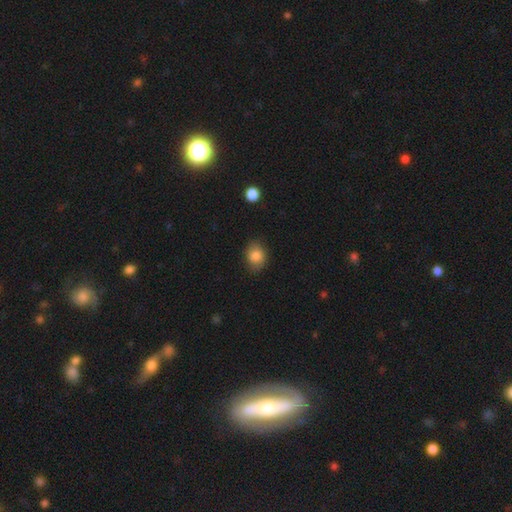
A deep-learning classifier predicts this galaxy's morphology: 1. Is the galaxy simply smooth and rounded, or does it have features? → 83% smooth, 9% star or artifact, 8% featured or disk.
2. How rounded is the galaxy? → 50% in between, 49% round, 1% cigar-shaped.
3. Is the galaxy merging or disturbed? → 76% none, 18% minor disturbance, 4% major disturbance, 1% merger.